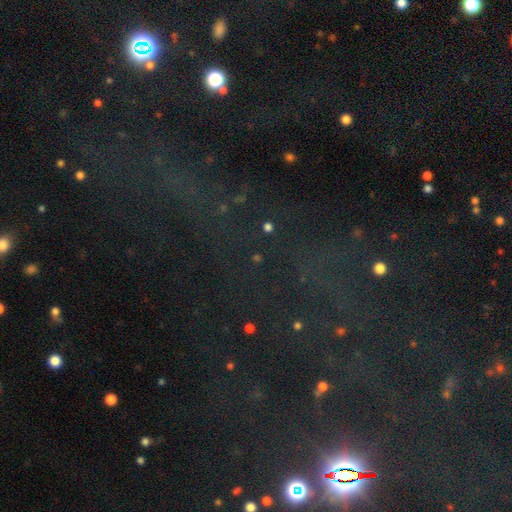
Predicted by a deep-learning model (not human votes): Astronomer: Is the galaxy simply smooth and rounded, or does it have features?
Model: star or artifact — 73%.